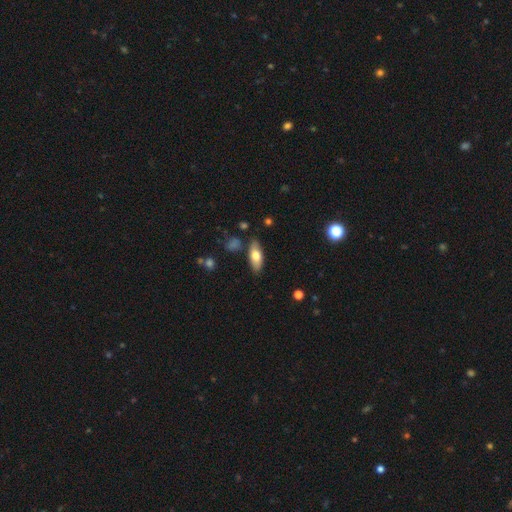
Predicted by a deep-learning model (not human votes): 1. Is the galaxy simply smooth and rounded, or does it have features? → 69% smooth, 24% featured or disk, 6% star or artifact.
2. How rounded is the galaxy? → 77% in between, 21% cigar-shaped, 3% round.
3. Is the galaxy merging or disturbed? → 81% none, 13% minor disturbance, 3% merger, 3% major disturbance.